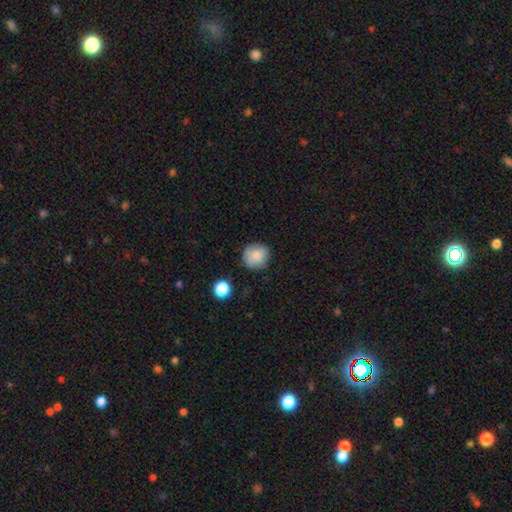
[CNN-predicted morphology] type=smooth (82%); roundness=round (88%); merging=none (79%).